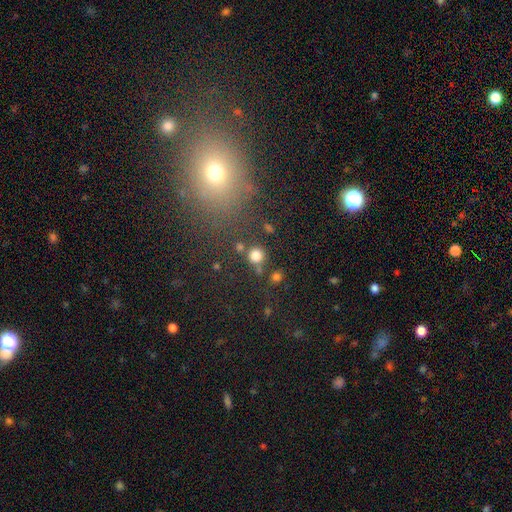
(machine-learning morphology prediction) smooth_or_featured: smooth (p=0.79) [alt: star or artifact p=0.14]
how_rounded: round (p=0.90) [alt: in between p=0.09]
merging: none (p=0.72) [alt: merger p=0.14]